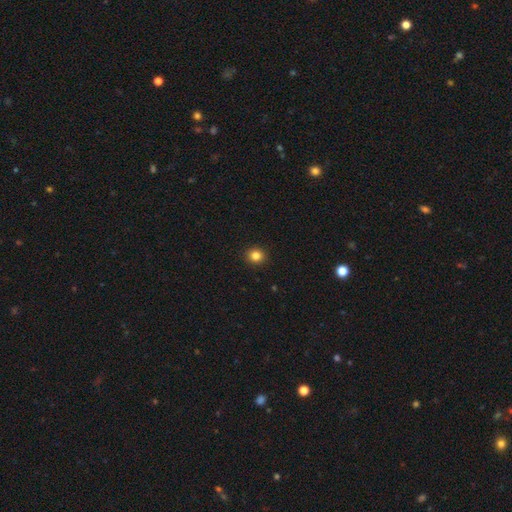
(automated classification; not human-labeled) smooth_or_featured: smooth (p=0.83) [alt: star or artifact p=0.12]
how_rounded: round (p=0.89) [alt: in between p=0.10]
merging: none (p=0.93) [alt: minor disturbance p=0.04]